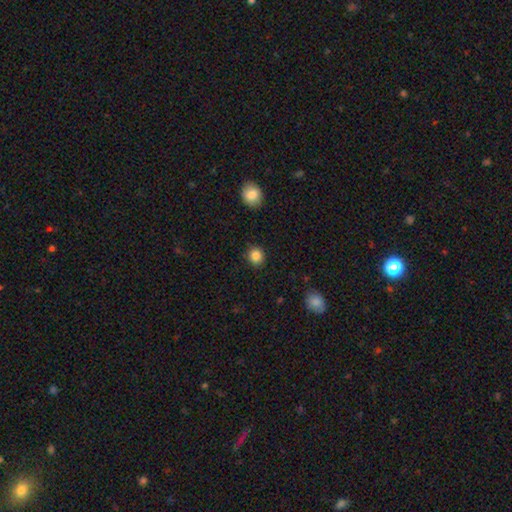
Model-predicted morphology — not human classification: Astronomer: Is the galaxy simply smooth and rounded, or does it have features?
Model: smooth — 86%.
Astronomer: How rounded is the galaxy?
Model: round — 79%.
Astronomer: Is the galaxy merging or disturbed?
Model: none — 89%.